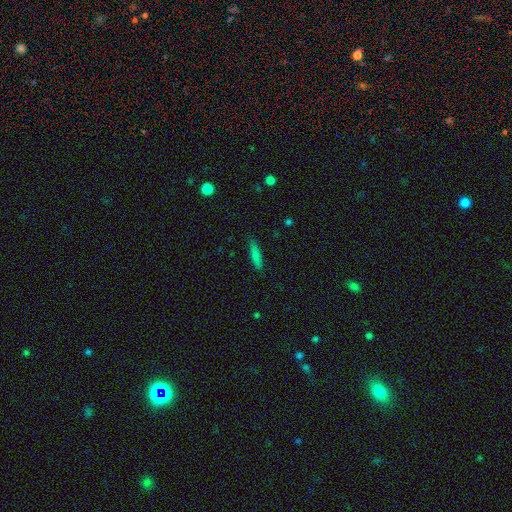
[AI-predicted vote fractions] Overall: smooth (80%). How rounded: cigar-shaped (81%). Merging: none (85%).